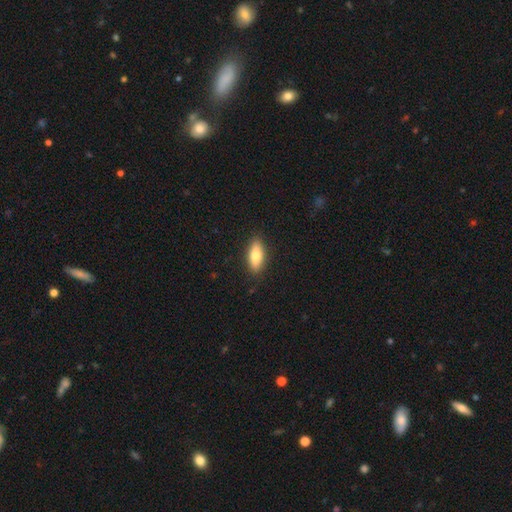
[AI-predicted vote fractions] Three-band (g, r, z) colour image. It shows a smooth galaxy with no disk features (73%) that is in between round and cigar-shaped (70%). Merging: none (88%).